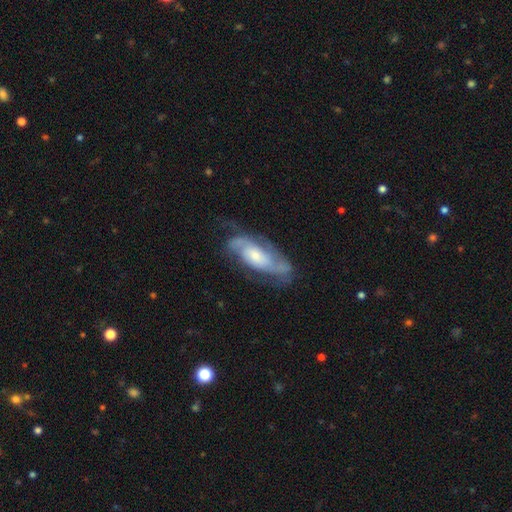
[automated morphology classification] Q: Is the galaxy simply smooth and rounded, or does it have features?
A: featured or disk — 76%.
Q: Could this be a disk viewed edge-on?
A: no — 89%.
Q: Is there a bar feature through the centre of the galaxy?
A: no — 66%.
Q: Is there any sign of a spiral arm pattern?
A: yes — 90%.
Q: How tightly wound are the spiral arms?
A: medium — 43%.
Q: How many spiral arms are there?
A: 2 — 53%.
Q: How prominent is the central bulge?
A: small — 44%.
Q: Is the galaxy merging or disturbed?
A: none — 61%.